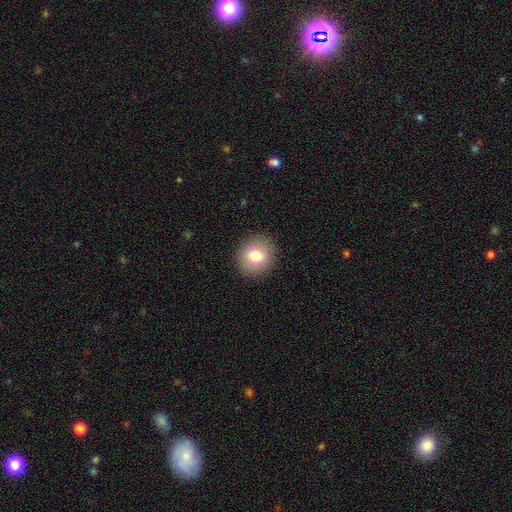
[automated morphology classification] smooth 79%, featured or disk 12%, star or artifact 9%. Down the decision tree: how rounded — round (81%); merging — none (90%).